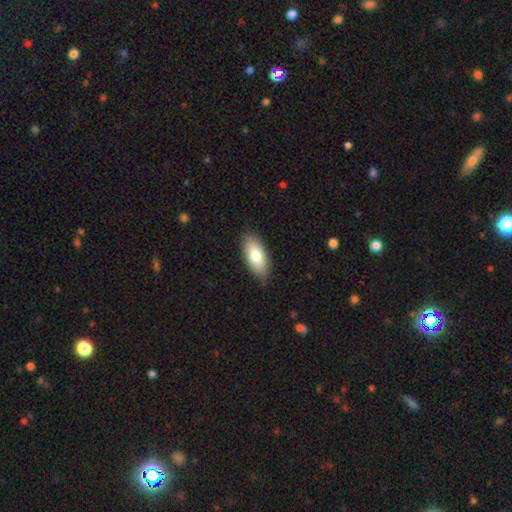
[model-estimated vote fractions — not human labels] Smooth or featured? Predicted: smooth (p=0.76). How rounded? Predicted: in between (p=0.87). Merging? Predicted: none (p=0.87).